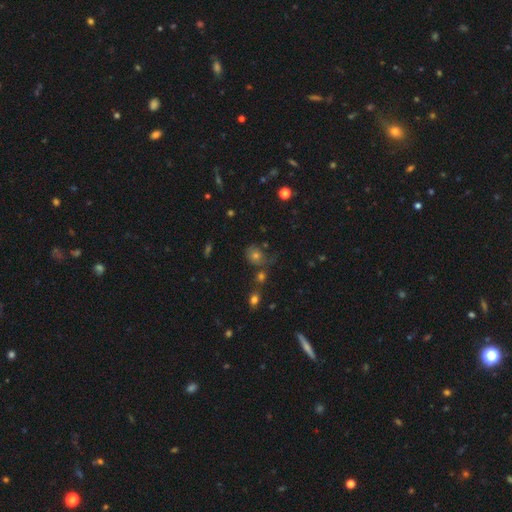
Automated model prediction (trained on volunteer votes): This is possibly a smooth galaxy (57%). How rounded: likely round (68%). Merging: likely none (60%).